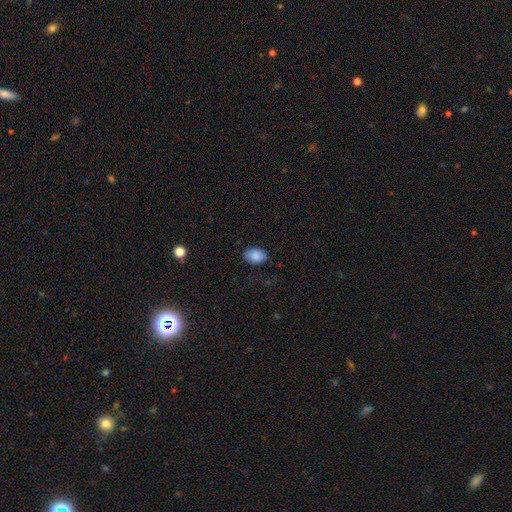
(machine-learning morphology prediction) The model was most divided on "merging": none: 83%, minor disturbance: 13%, major disturbance: 3%, merger: 1%. More confident: how rounded — in between (88%); smooth or featured — smooth (88%).